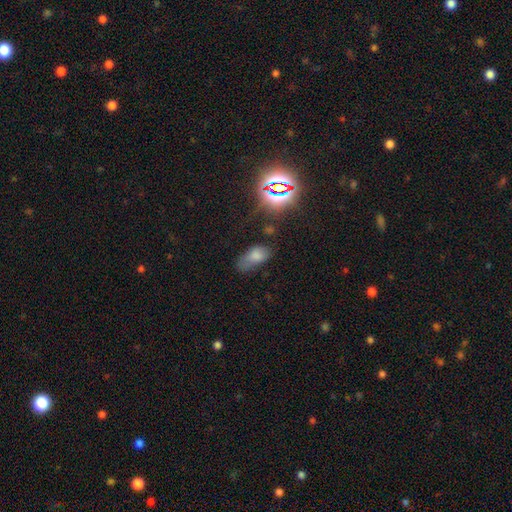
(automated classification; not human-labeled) Overall: smooth (69%). How rounded: in between (89%). Merging: none (43%; minor disturbance 32%).